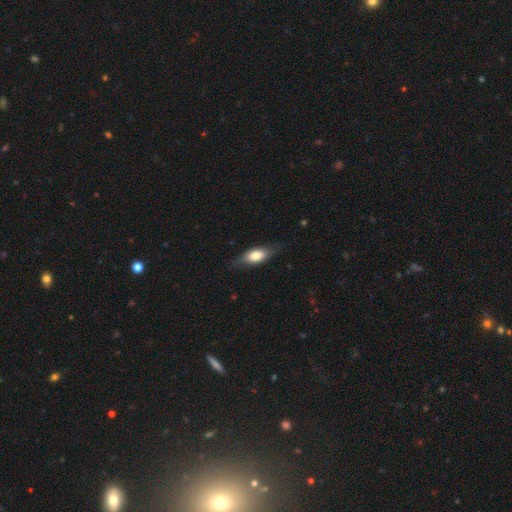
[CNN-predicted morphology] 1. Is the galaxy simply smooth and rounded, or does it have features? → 67% smooth, 27% featured or disk, 6% star or artifact.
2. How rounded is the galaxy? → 75% in between, 22% cigar-shaped, 4% round.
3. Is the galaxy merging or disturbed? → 75% none, 19% minor disturbance, 5% major disturbance, 1% merger.